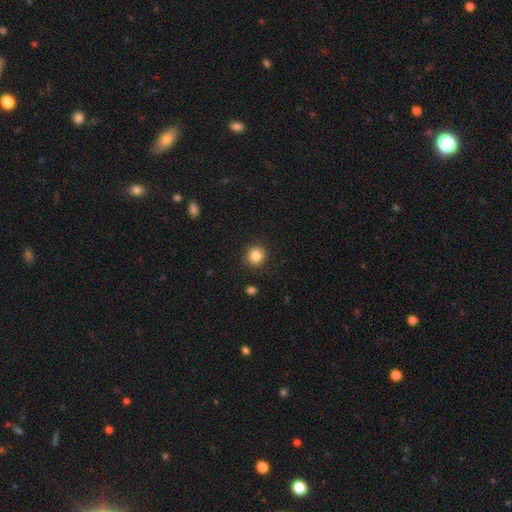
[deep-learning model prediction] This appears to be a smooth galaxy with no disk features (85%) that is round (91%). Merging: none (90%).